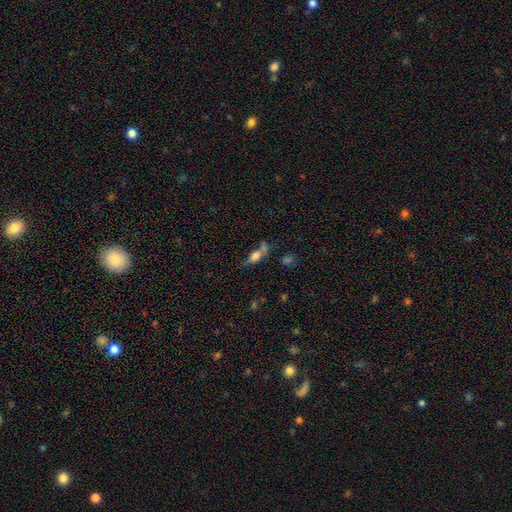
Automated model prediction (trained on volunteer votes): Smooth or featured: smooth — 55% (featured or disk — 33%)
How rounded: in between — 61% (cigar-shaped — 29%)
Merging: none — 37% (merger — 25%)